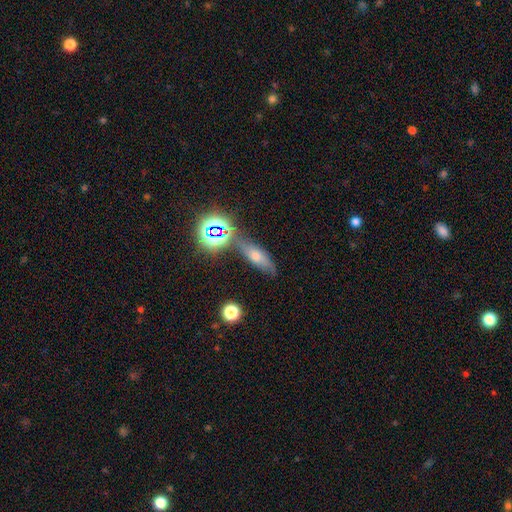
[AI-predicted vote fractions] A smooth galaxy with no disk features (43%).

Vote fractions:
- Smooth or featured? smooth: 43% / featured or disk: 28% / star or artifact: 28%
- Merging? none: 71% / minor disturbance: 15% / merger: 8% / major disturbance: 5%